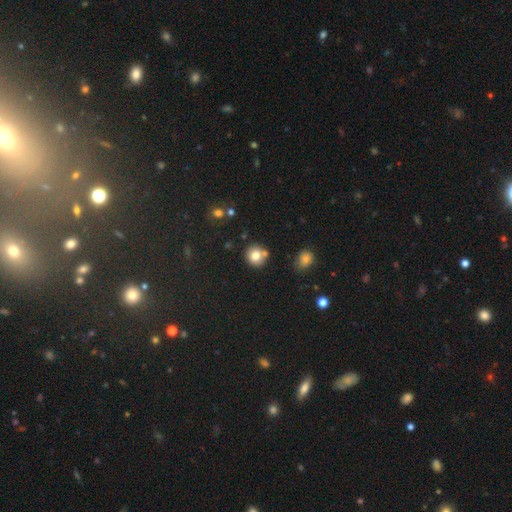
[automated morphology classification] Smooth or featured?
  - smooth: 79% *
  - star or artifact: 11%
  - featured or disk: 10%
How rounded?
  - round: 90% *
  - in between: 9%
  - cigar-shaped: 1%
Merging?
  - none: 73% *
  - merger: 15%
  - minor disturbance: 10%
  - major disturbance: 3%